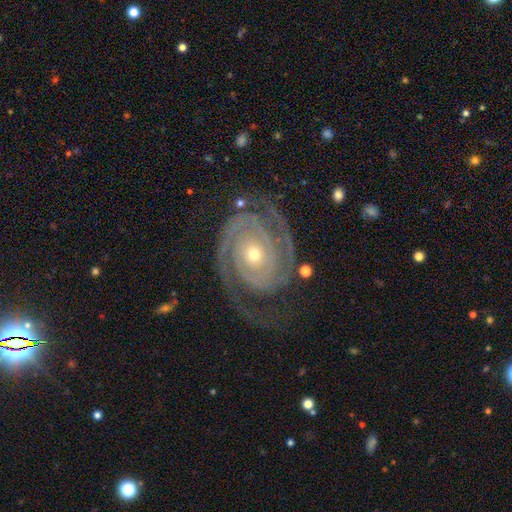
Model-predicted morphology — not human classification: smooth_or_featured: featured or disk (p=0.92) [alt: star or artifact p=0.05]
disk_edge_on: no (p=0.97) [alt: yes p=0.03]
bar: no (p=0.75) [alt: weak p=0.16]
has_spiral_arms: yes (p=0.98) [alt: no p=0.02]
spiral_winding: tight (p=0.77) [alt: medium p=0.19]
spiral_arm_count: 2 (p=0.84) [alt: 3 p=0.06]
bulge_size: small (p=0.49) [alt: moderate p=0.48]
merging: none (p=0.76) [alt: minor disturbance p=0.15]